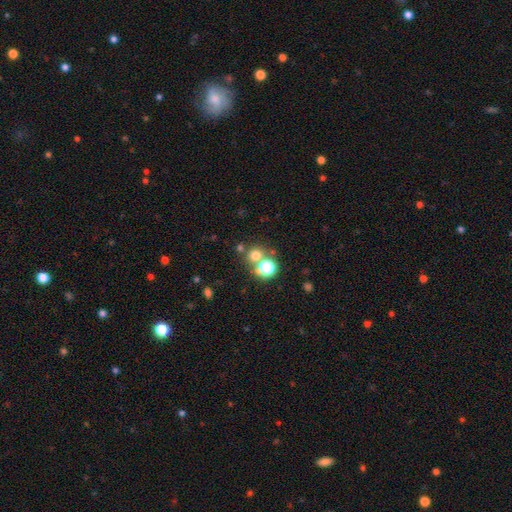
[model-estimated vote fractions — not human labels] This is likely a smooth galaxy (67%). How rounded: clearly round (87%). Merging: likely none (62%).